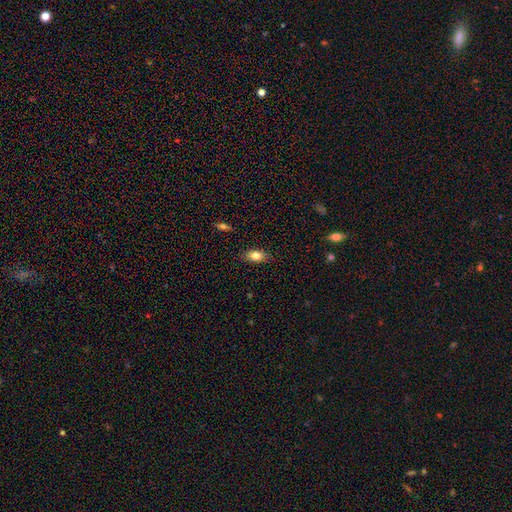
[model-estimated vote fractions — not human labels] Morphology: type=smooth (81%); roundness=in between (86%); merging=none (85%).